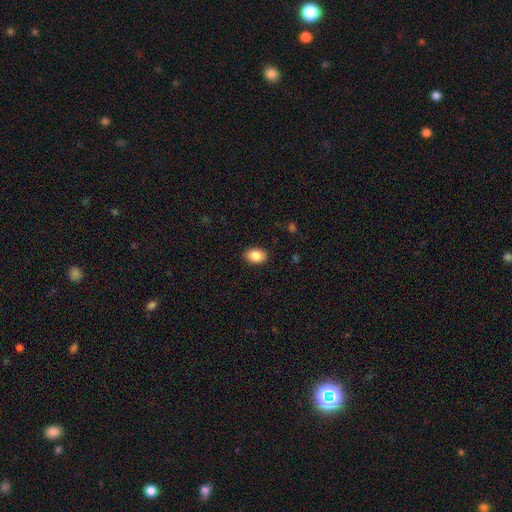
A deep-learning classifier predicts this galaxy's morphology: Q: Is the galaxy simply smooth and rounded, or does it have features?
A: smooth — 86%.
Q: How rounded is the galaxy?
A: in between — 85%.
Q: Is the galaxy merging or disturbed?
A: none — 89%.